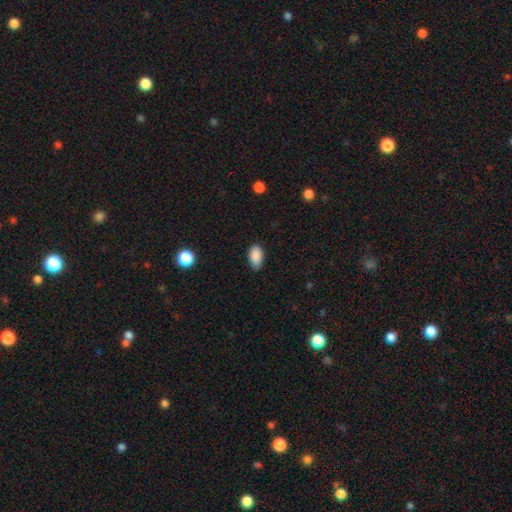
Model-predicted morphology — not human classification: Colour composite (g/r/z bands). It shows a smooth galaxy with no disk features (88%) that is in between round and cigar-shaped (93%). Merging: none (75%).